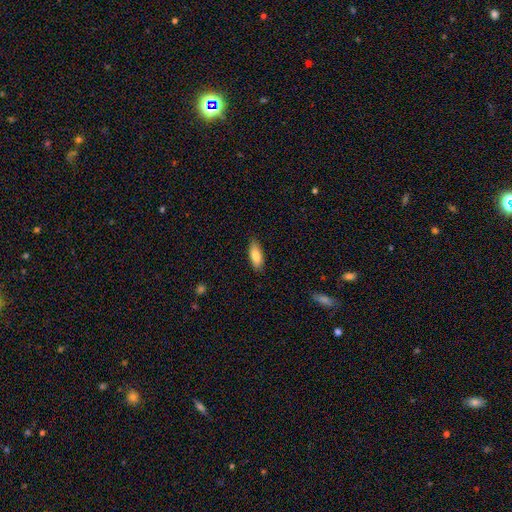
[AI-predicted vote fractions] A smooth galaxy with no disk features (81%) that is in between round and cigar-shaped (74%).

Vote fractions:
- Smooth or featured? smooth: 81% / featured or disk: 12% / star or artifact: 6%
- How rounded? in between: 74% / cigar-shaped: 24% / round: 2%
- Merging? none: 86% / minor disturbance: 11% / major disturbance: 2% / merger: 1%